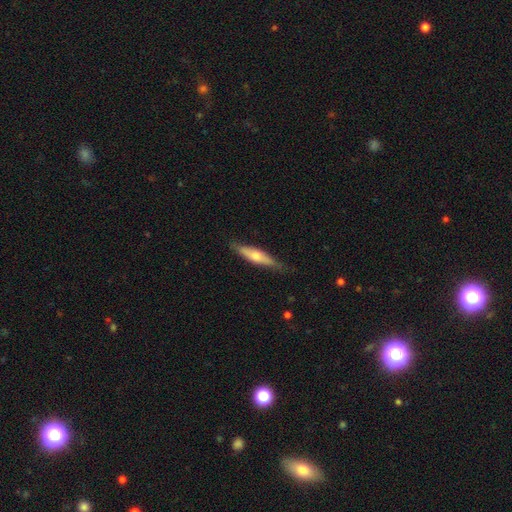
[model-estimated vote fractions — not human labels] Overall: smooth (49%; featured or disk 46%). Merging: none (78%).